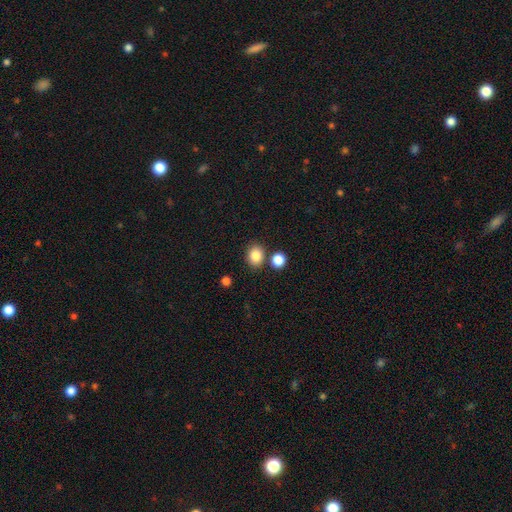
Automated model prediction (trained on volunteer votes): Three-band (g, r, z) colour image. It shows a smooth galaxy with no disk features (85%) that is round (60%). Merging: none (77%).